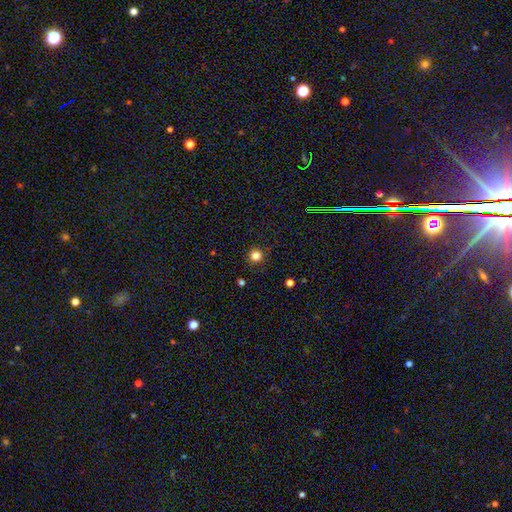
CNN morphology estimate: smooth_or_featured: smooth (p=0.81) [alt: star or artifact p=0.14]
how_rounded: round (p=0.95) [alt: in between p=0.04]
merging: none (p=0.90) [alt: minor disturbance p=0.07]